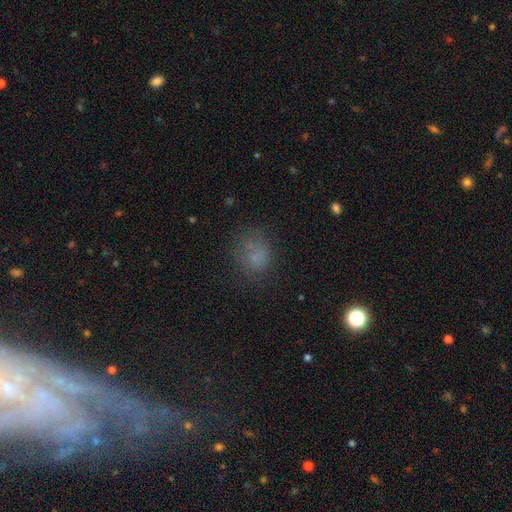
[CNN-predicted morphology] Smooth or featured? Predicted: smooth (p=0.68). How rounded? Predicted: round (p=0.68). Merging? Predicted: none (p=0.61).